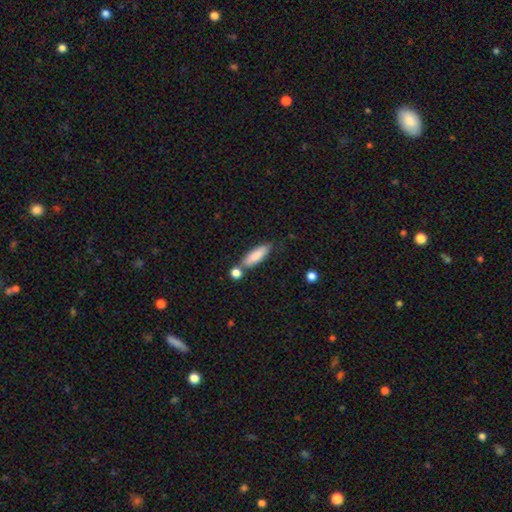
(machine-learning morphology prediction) Smooth or featured? Predicted: smooth (p=0.83). How rounded? Predicted: cigar-shaped (p=0.50). Merging? Predicted: none (p=0.64).